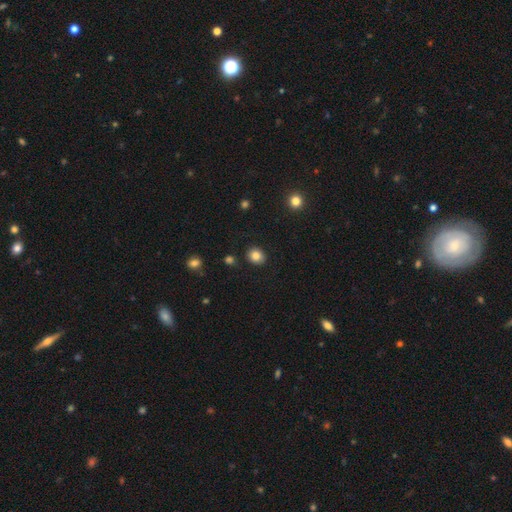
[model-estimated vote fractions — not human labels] smooth 84%, star or artifact 10%, featured or disk 6%. Down the decision tree: how rounded — round (69%); merging — none (89%).